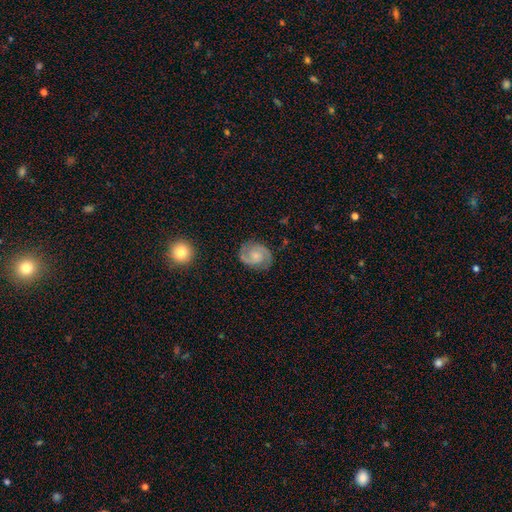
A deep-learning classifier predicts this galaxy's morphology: smooth_or_featured: featured or disk (p=0.80) [alt: smooth p=0.13]
disk_edge_on: no (p=0.98) [alt: yes p=0.02]
bar: no (p=0.63) [alt: weak p=0.32]
has_spiral_arms: yes (p=0.96) [alt: no p=0.04]
spiral_winding: medium (p=0.50) [alt: tight p=0.37]
spiral_arm_count: 2 (p=0.90) [alt: can't tell p=0.04]
bulge_size: small (p=0.53) [alt: moderate p=0.28]
merging: none (p=0.80) [alt: minor disturbance p=0.14]